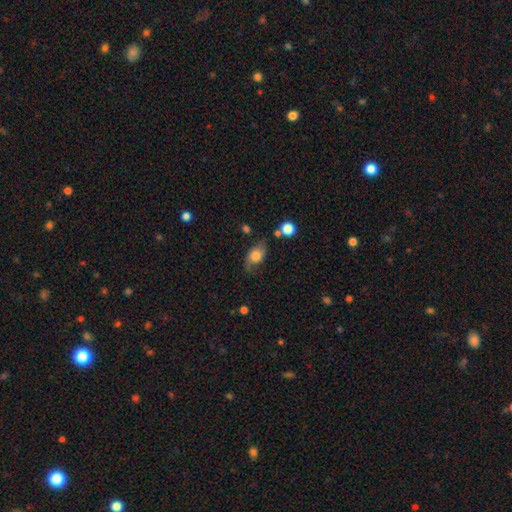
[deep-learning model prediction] Smooth or featured? smooth (69%)
How rounded? in between (80%)
Merging? none (61%)